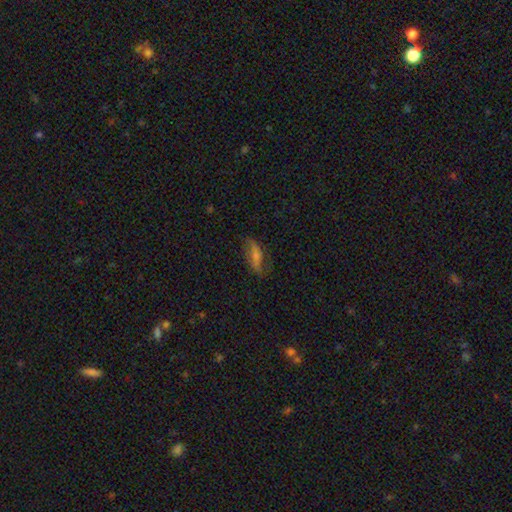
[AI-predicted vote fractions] A featured or disk galaxy (54%). Merging: none (73%).